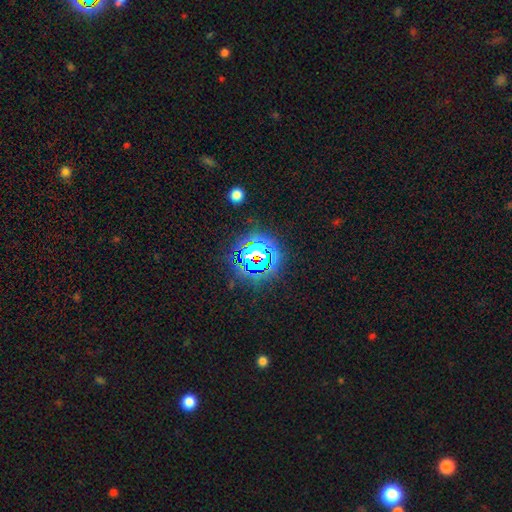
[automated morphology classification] smooth_or_featured: star or artifact (p=0.68) [alt: smooth p=0.21]